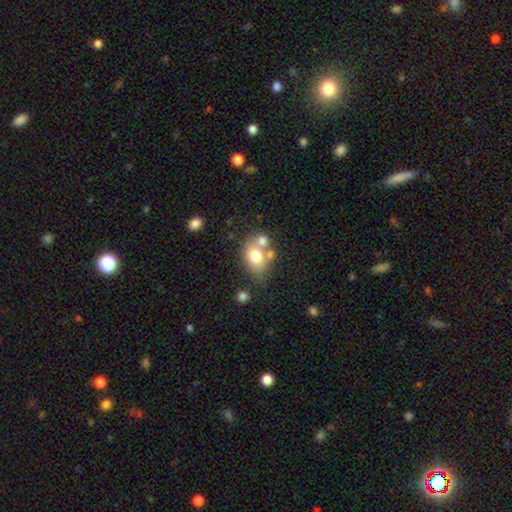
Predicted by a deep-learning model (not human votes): Smooth or featured?
  - smooth: 70% *
  - featured or disk: 20%
  - star or artifact: 10%
How rounded?
  - in between: 61% *
  - round: 37%
  - cigar-shaped: 1%
Merging?
  - none: 44% *
  - merger: 35%
  - minor disturbance: 14%
  - major disturbance: 7%